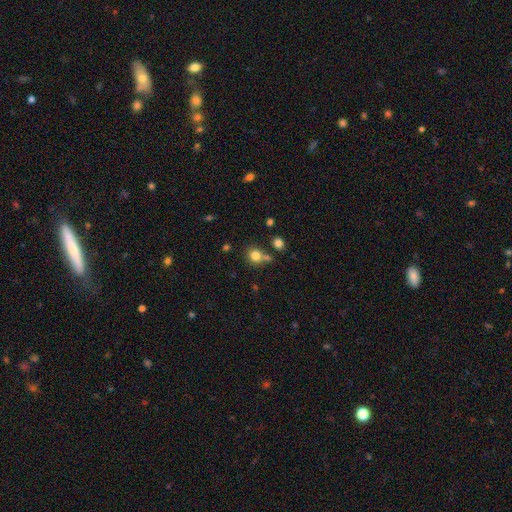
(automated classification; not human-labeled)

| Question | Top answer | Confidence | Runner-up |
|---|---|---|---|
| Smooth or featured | smooth | 80% | star or artifact (12%) |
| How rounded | round | 78% | in between (21%) |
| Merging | none | 57% | merger (24%) |